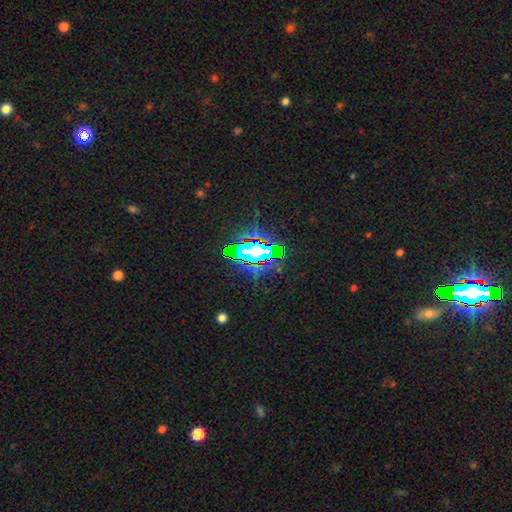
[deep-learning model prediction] Overall: star or artifact (72%).